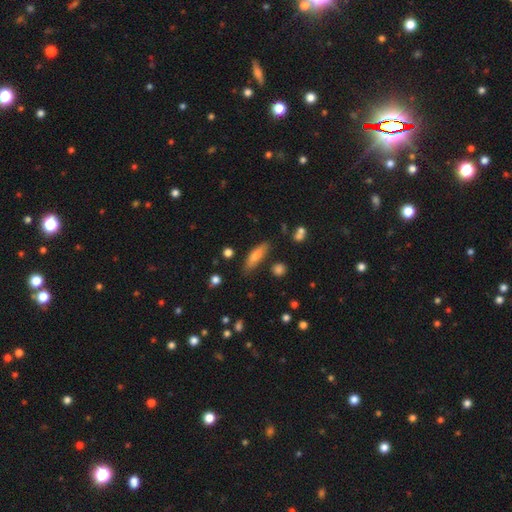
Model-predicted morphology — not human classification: Smooth or featured? smooth (78%)
How rounded? cigar-shaped (59%)
Merging? none (78%)